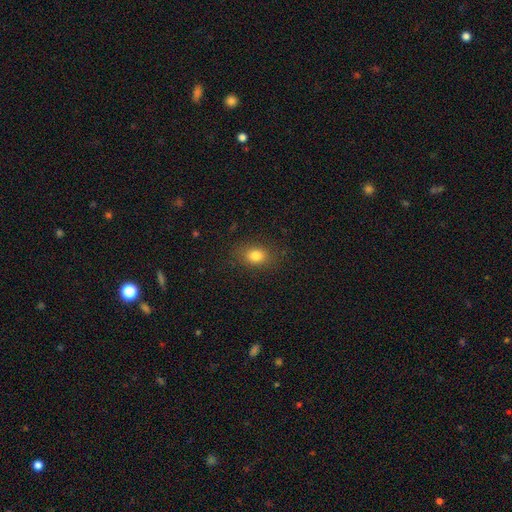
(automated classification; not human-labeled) Morphology: type=smooth (81%); roundness=in between (62%); merging=none (84%).